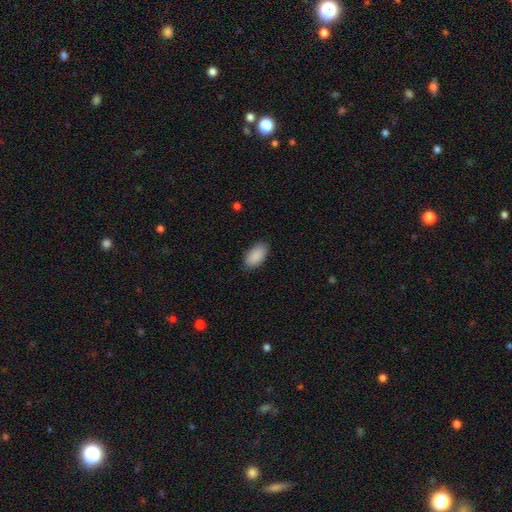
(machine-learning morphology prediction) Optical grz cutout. It shows a smooth galaxy with no disk features (91%) that is in between round and cigar-shaped (95%). Merging: none (86%).